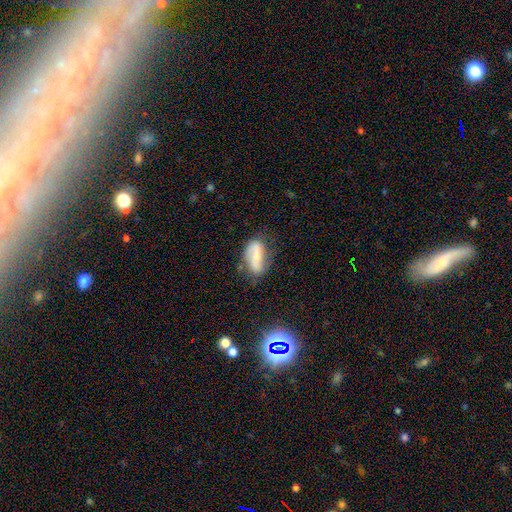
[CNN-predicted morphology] Q: Smooth or featured?
A: featured or disk (53%); runner-up: smooth (38%)
Q: Edge-on disk?
A: no (93%); runner-up: yes (7%)
Q: Merging?
A: none (58%); runner-up: minor disturbance (27%)